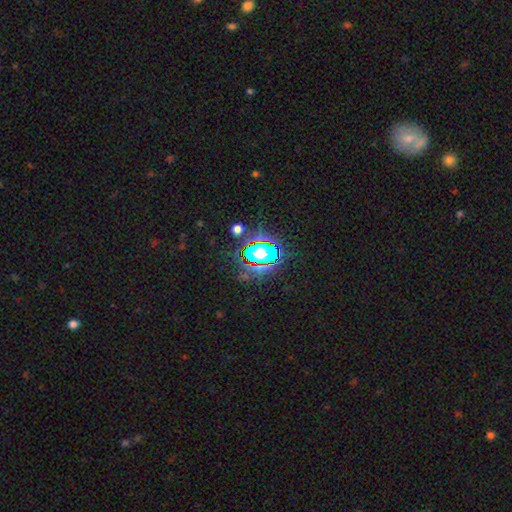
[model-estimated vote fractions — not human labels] Q: Smooth or featured?
A: star or artifact (71%); runner-up: smooth (17%)